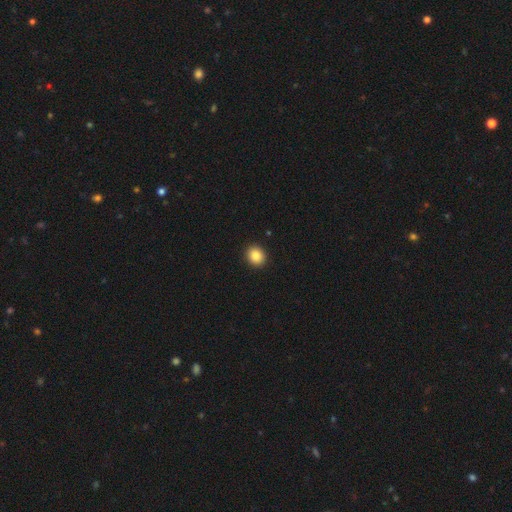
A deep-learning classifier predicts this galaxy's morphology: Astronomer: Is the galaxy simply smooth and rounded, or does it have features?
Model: smooth — 86%.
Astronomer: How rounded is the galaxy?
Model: round — 74%.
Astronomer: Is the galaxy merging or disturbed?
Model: none — 92%.